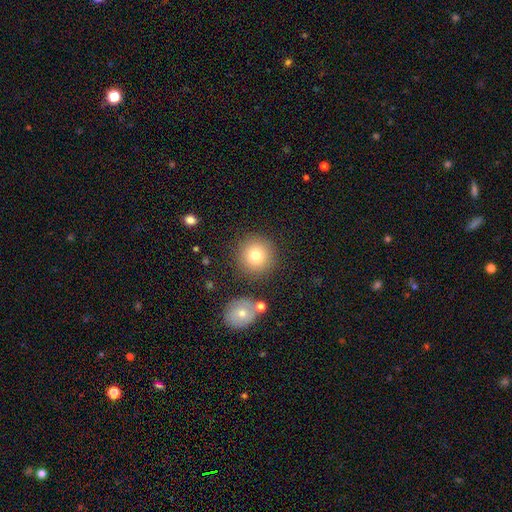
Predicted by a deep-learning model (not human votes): A smooth galaxy with no disk features (78%) that is round (95%).

Vote fractions:
- Smooth or featured? smooth: 78% / featured or disk: 11% / star or artifact: 11%
- How rounded? round: 95% / in between: 4% / cigar-shaped: 1%
- Merging? none: 84% / minor disturbance: 8% / merger: 5% / major disturbance: 3%